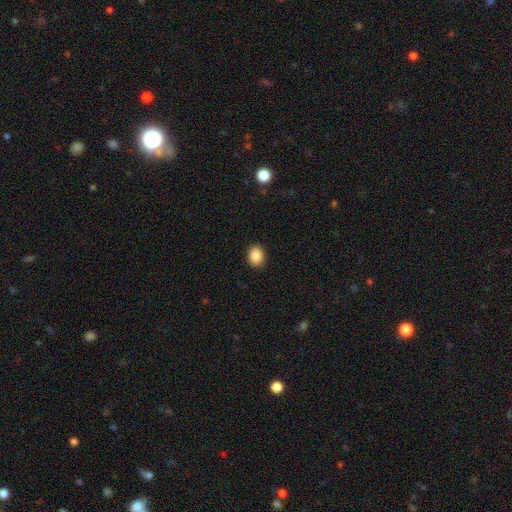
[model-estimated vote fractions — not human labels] Smooth or featured?
  - smooth: 87% *
  - star or artifact: 9%
  - featured or disk: 4%
How rounded?
  - in between: 55% *
  - round: 44%
  - cigar-shaped: 1%
Merging?
  - none: 91% *
  - minor disturbance: 7%
  - major disturbance: 2%
  - merger: 1%